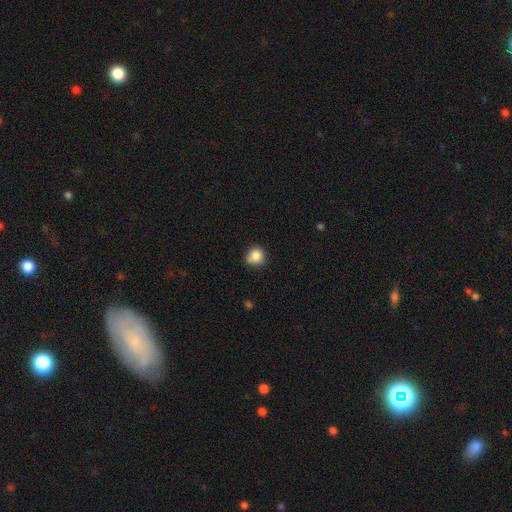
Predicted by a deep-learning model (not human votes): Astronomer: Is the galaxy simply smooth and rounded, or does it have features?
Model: smooth — 86%.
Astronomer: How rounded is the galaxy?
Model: round — 86%.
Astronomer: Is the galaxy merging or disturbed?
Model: none — 66%.